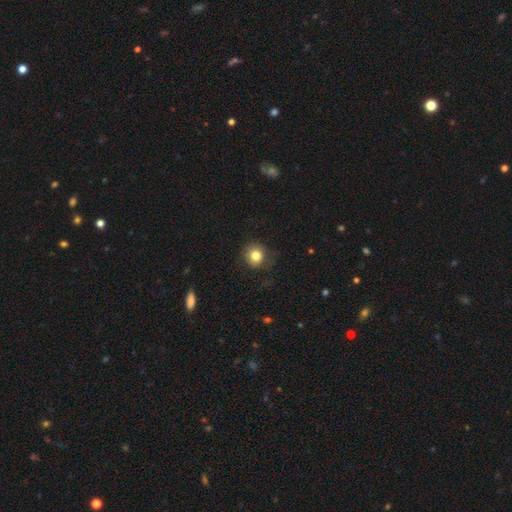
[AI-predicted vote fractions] This is clearly a smooth galaxy (81%). How rounded: clearly round (89%). Merging: clearly none (81%).